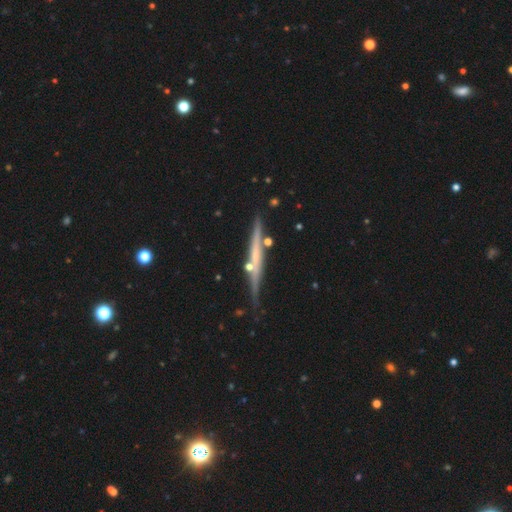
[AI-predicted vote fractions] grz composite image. It shows a featured or disk galaxy (69%) viewed edge-on (97%) with no central bulge (58%). Merging: none (77%).